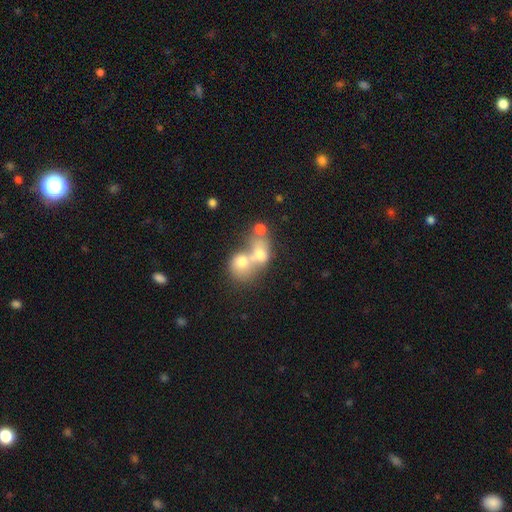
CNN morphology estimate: Smooth or featured? smooth (60%)
How rounded? round (58%)
Merging? merger (74%)